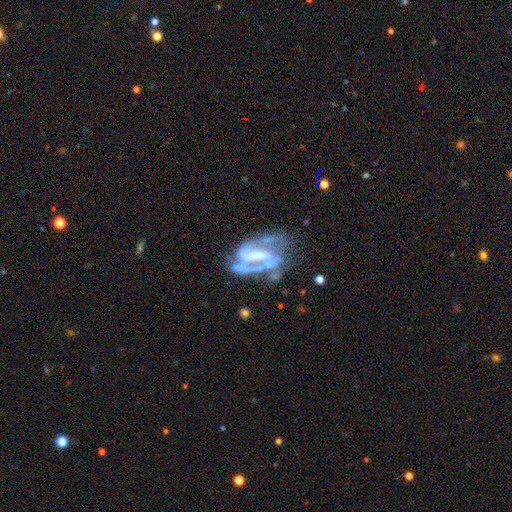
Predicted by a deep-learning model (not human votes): featured or disk 85%, star or artifact 7%, smooth 7%. Down the decision tree: edge-on disk — no (97%); bar — strong (51%); spiral arms — yes (91%); spiral arm count — 2 (66%); spiral winding — medium (48%); bulge size — none (38%); merging — none (47%).